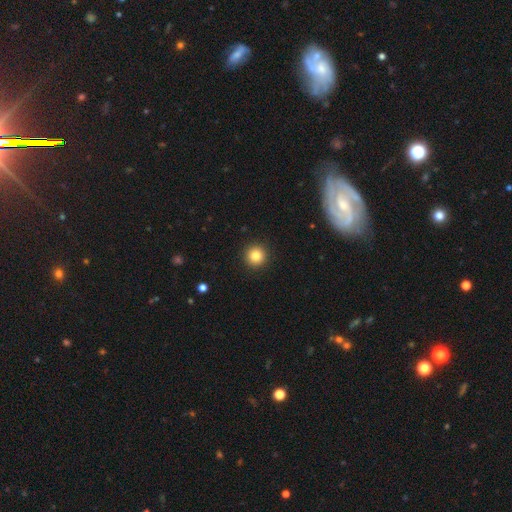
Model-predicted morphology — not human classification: This is clearly a smooth galaxy (84%). How rounded: clearly round (95%). Merging: clearly none (92%).